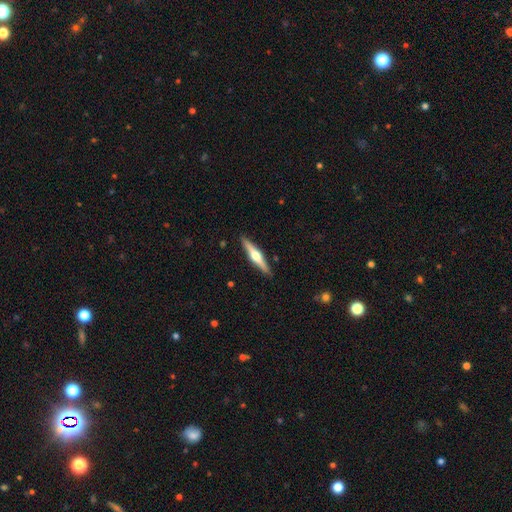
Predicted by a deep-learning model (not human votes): Morphology: type=featured or disk (71%); edge-on=yes (98%); edge-on bulge=rounded (94%); merging=none (91%).